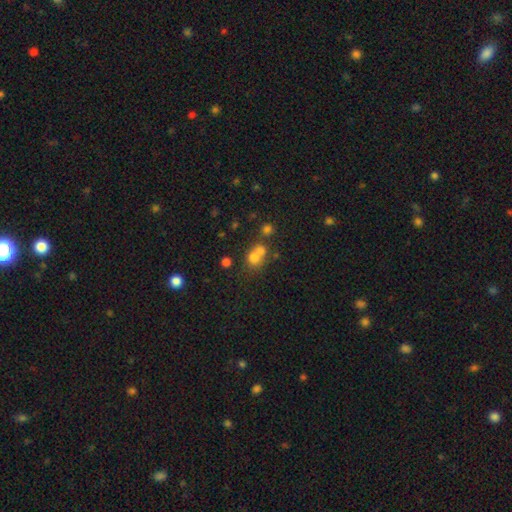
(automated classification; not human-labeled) Morphology: type=smooth (70%); roundness=round (69%); merging=merger (56%).